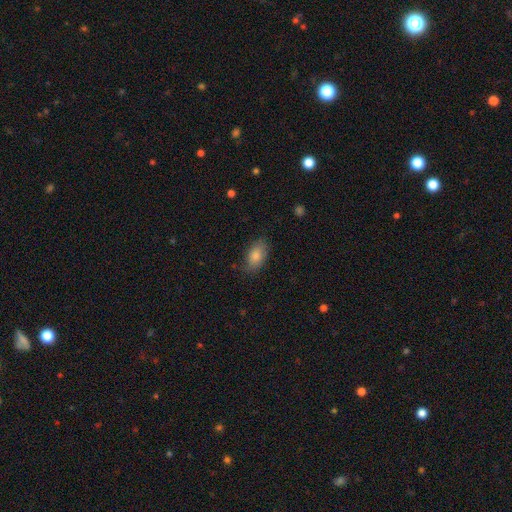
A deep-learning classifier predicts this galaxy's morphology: smooth 83%, featured or disk 10%, star or artifact 7%. Down the decision tree: how rounded — in between (92%); merging — none (77%).